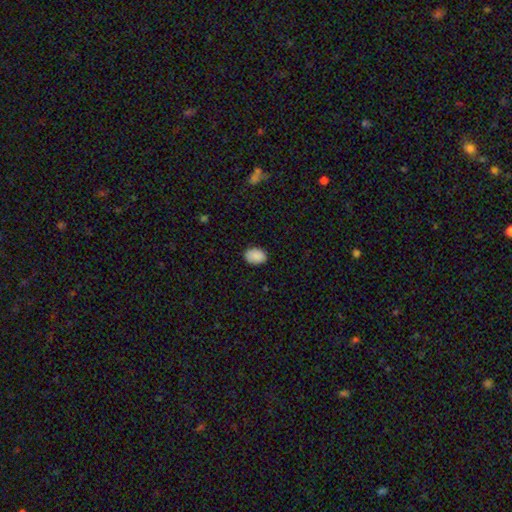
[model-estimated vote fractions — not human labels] A smooth galaxy with no disk features (90%) that is in between round and cigar-shaped (83%).

Vote fractions:
- Smooth or featured? smooth: 90% / star or artifact: 7% / featured or disk: 3%
- How rounded? in between: 83% / round: 16% / cigar-shaped: 1%
- Merging? none: 87% / minor disturbance: 10% / major disturbance: 2% / merger: 1%